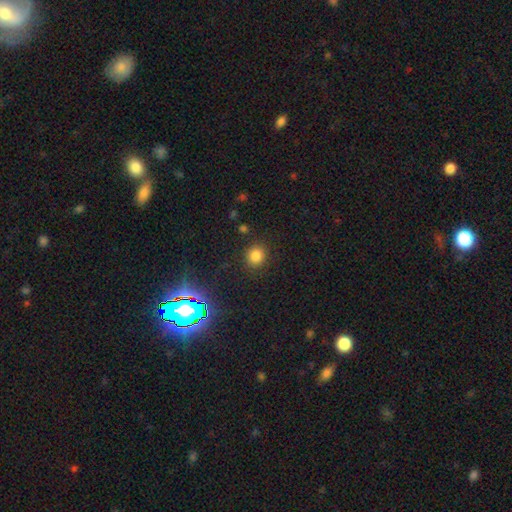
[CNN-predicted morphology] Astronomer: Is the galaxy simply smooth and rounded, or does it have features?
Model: smooth — 79%.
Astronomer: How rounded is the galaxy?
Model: round — 84%.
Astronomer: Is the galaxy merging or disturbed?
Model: none — 86%.